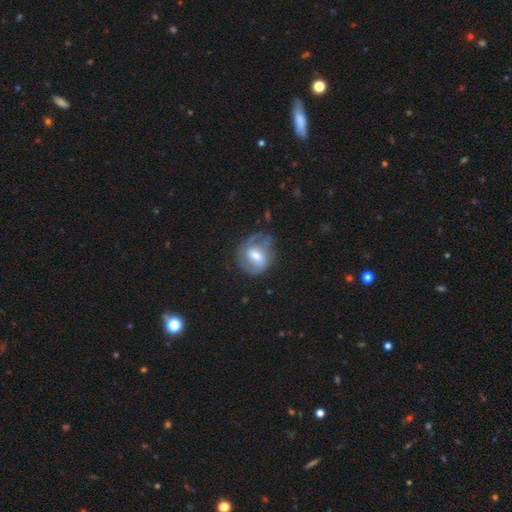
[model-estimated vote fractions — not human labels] This appears to be a featured or disk galaxy (61%) with a weak bar (51%), spiral arms (81%) and a moderate central bulge (63%). Merging: none (59%).